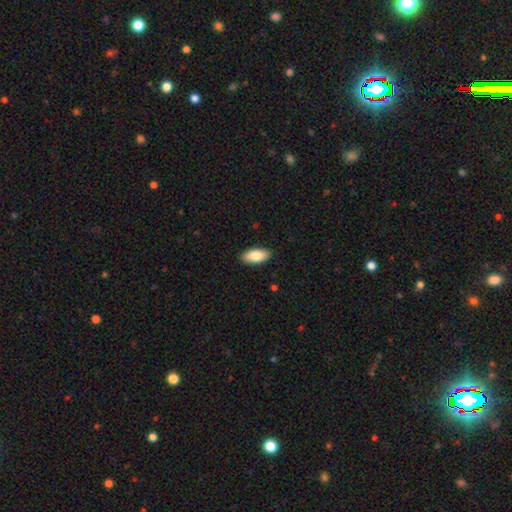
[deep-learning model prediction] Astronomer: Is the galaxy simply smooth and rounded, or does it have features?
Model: smooth — 83%.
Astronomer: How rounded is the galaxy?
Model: in between — 89%.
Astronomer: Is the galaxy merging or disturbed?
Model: none — 90%.